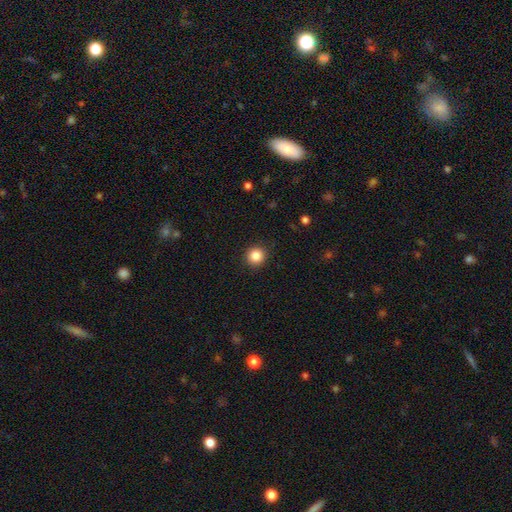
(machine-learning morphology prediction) Smooth or featured? smooth (86%)
How rounded? round (93%)
Merging? none (92%)